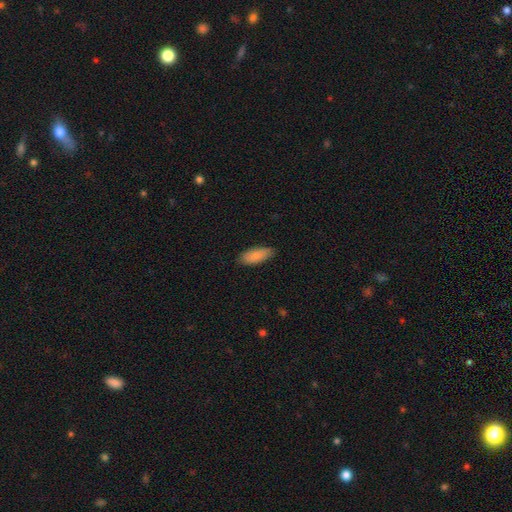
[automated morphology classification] Smooth or featured?
  - smooth: 88% *
  - featured or disk: 7%
  - star or artifact: 6%
How rounded?
  - in between: 80% *
  - cigar-shaped: 18%
  - round: 2%
Merging?
  - none: 83% *
  - minor disturbance: 14%
  - major disturbance: 2%
  - merger: 1%